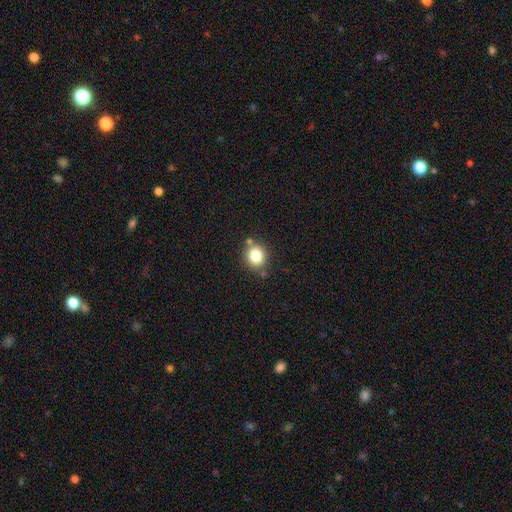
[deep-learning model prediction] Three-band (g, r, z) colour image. It shows a smooth galaxy with no disk features (81%) that is round (76%). Merging: none (77%).